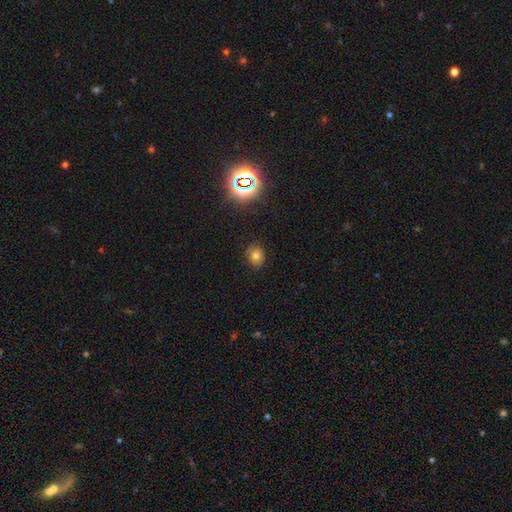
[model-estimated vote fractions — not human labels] Q: Smooth or featured?
A: smooth (72%); runner-up: star or artifact (18%)
Q: How rounded?
A: round (57%); runner-up: in between (42%)
Q: Merging?
A: none (82%); runner-up: minor disturbance (14%)